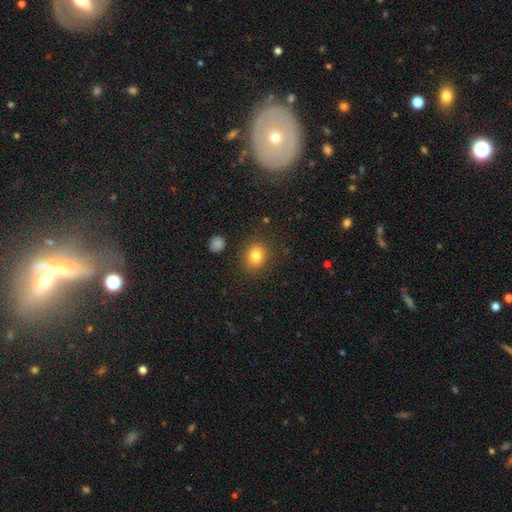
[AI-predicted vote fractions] A smooth galaxy with no disk features (82%) that is round (60%). Merging: none (86%).